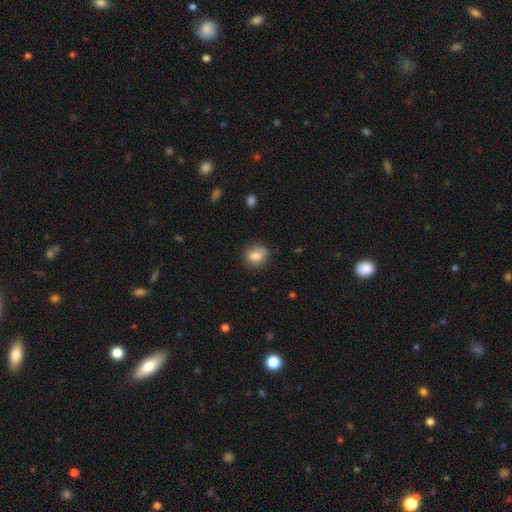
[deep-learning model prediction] A smooth galaxy with no disk features (79%) that is round (65%). Merging: none (63%).